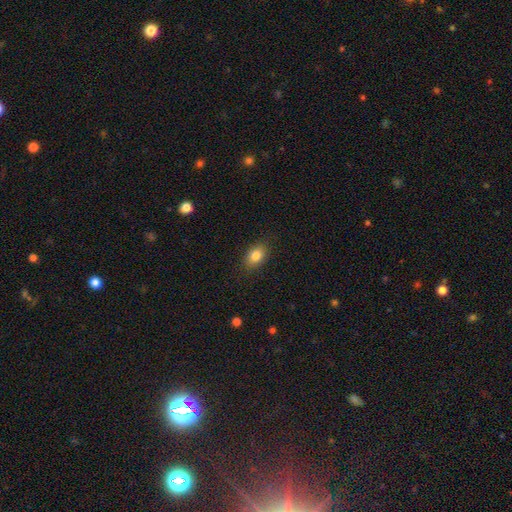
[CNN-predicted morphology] smooth 84%, star or artifact 8%, featured or disk 8%. Down the decision tree: how rounded — in between (82%); merging — none (85%).